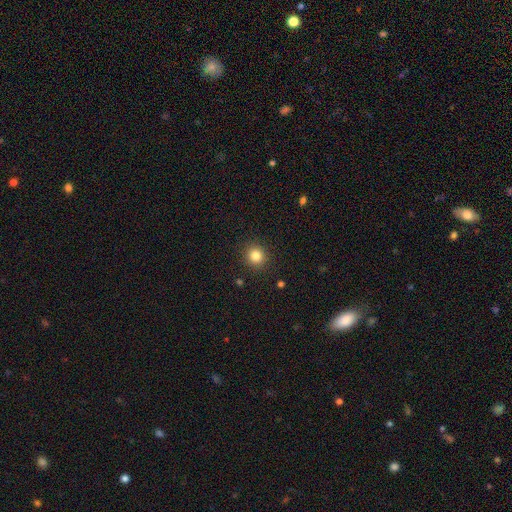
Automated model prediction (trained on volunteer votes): Smooth or featured: smooth — 83% (star or artifact — 12%)
How rounded: round — 89% (in between — 10%)
Merging: none — 91% (minor disturbance — 6%)